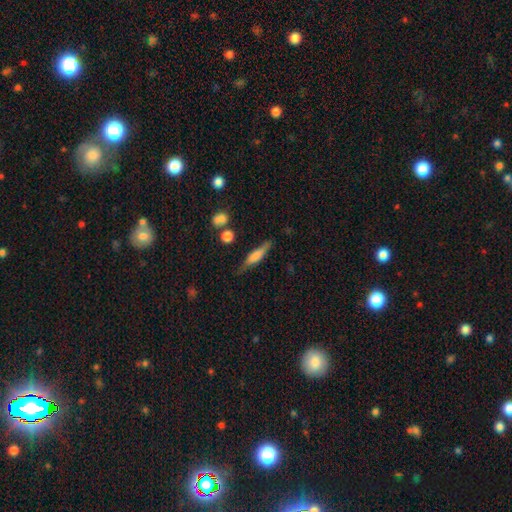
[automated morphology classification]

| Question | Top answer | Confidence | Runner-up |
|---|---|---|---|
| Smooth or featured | smooth | 53% | featured or disk (39%) |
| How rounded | cigar-shaped | 76% | in between (21%) |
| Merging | none | 74% | minor disturbance (17%) |